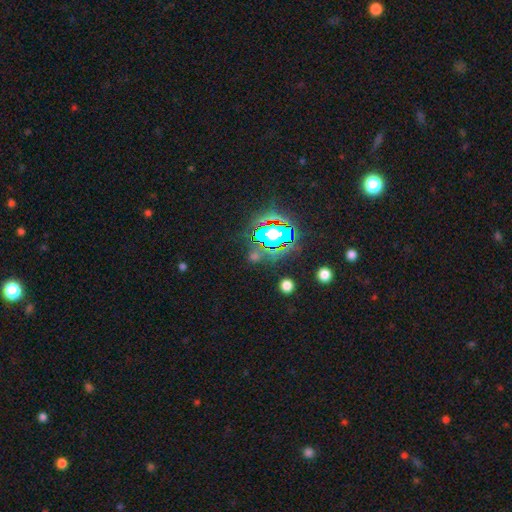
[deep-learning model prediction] Smooth or featured? Predicted: star or artifact (p=0.65).